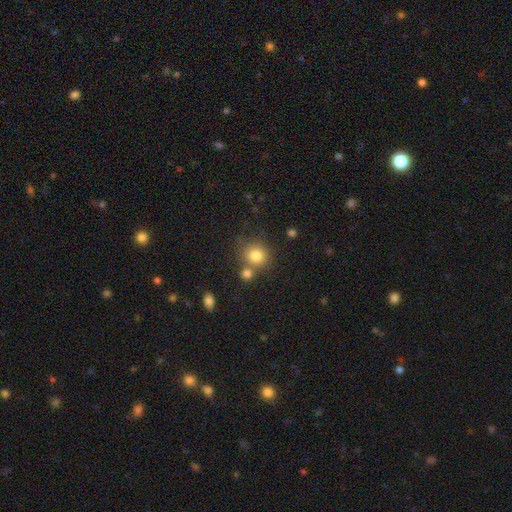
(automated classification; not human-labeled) This is clearly a smooth galaxy (81%). How rounded: clearly round (87%). Merging: likely none (63%).